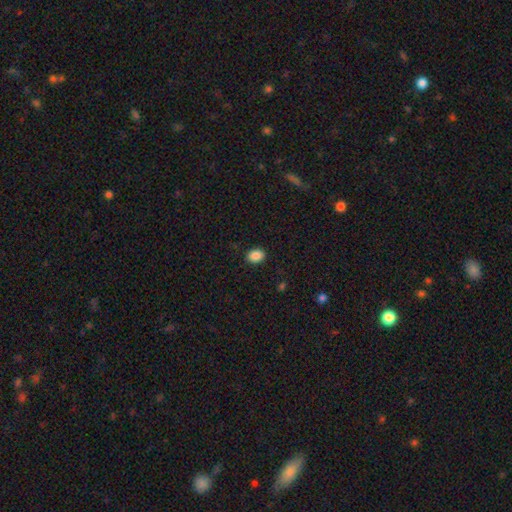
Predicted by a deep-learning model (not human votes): This is clearly a smooth galaxy (87%). How rounded: likely in between (64%). Merging: clearly none (90%).